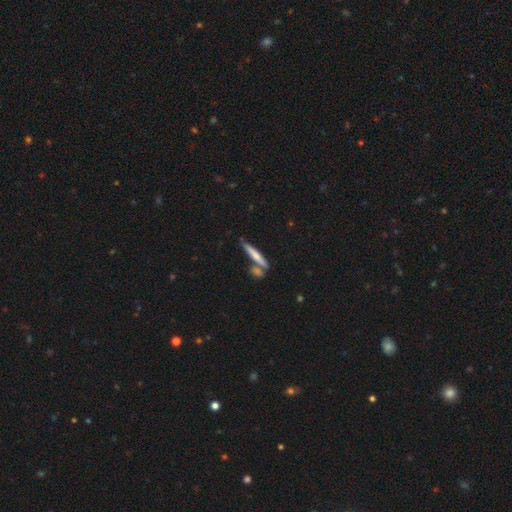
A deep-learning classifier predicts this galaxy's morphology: Smooth or featured? Predicted: smooth (p=0.55). How rounded? Predicted: cigar-shaped (p=0.91). Merging? Predicted: none (p=0.67).